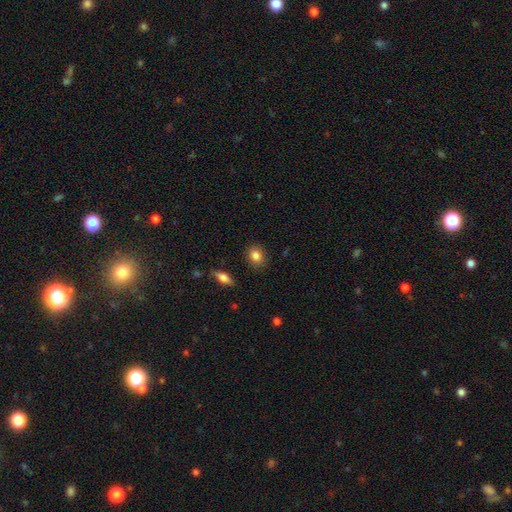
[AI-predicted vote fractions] Q: Smooth or featured?
A: smooth (84%); runner-up: star or artifact (9%)
Q: How rounded?
A: round (57%); runner-up: in between (42%)
Q: Merging?
A: none (88%); runner-up: minor disturbance (8%)